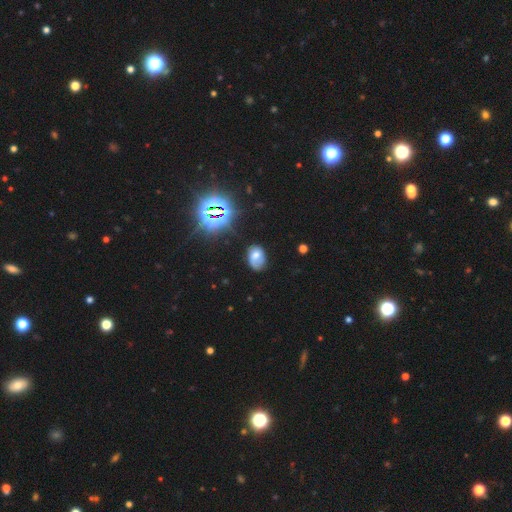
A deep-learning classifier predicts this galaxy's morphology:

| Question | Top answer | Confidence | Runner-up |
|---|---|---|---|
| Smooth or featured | smooth | 54% | featured or disk (29%) |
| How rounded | in between | 75% | round (24%) |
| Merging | none | 53% | minor disturbance (31%) |